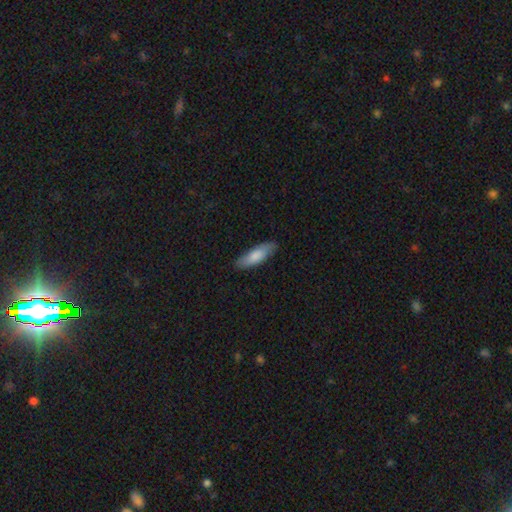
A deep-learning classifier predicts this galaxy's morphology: This appears to be a smooth galaxy with no disk features (79%) that is in between round and cigar-shaped (55%). Merging: none (83%).